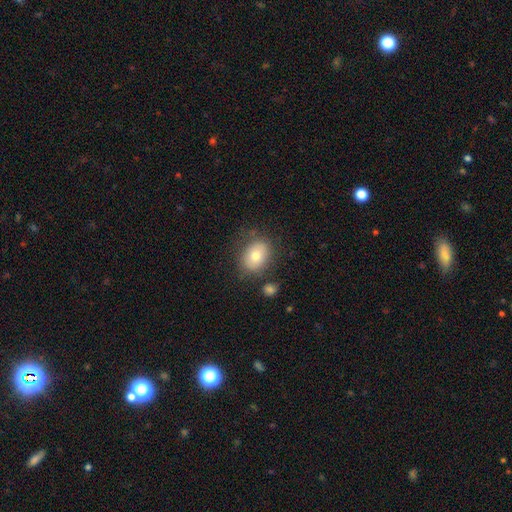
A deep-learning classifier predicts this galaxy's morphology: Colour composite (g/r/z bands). It shows a smooth galaxy with no disk features (75%) that is in between round and cigar-shaped (63%). Merging: none (76%).